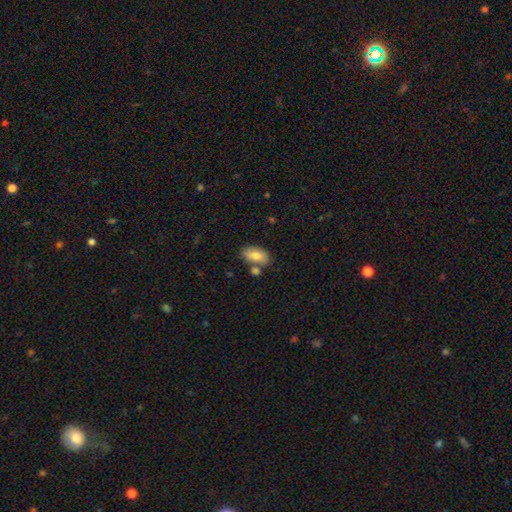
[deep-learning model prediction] smooth_or_featured: smooth (p=0.80) [alt: featured or disk p=0.14]
how_rounded: in between (p=0.93) [alt: round p=0.05]
merging: none (p=0.68) [alt: merger p=0.16]